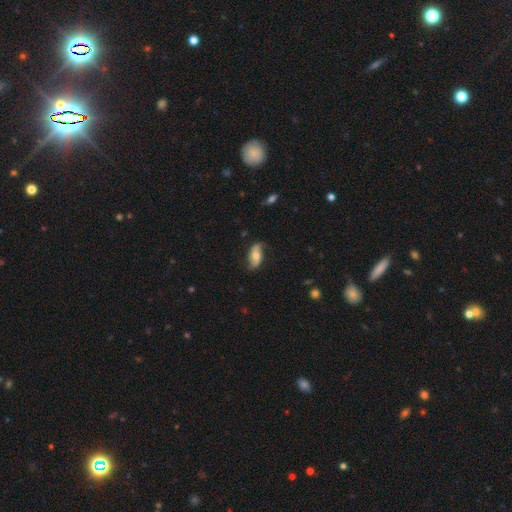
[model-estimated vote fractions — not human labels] Smooth or featured? smooth (47%)
Merging? none (75%)